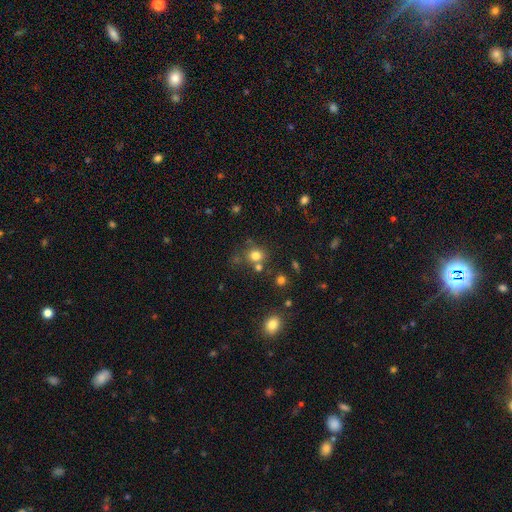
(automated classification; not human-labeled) Overall: smooth (76%). How rounded: round (80%). Merging: none (63%).